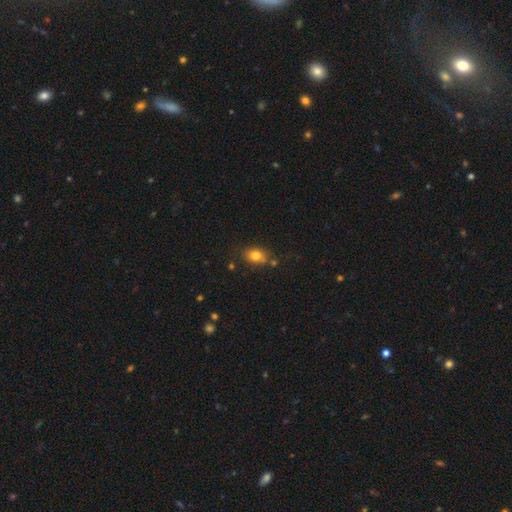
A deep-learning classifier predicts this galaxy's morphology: A smooth galaxy with no disk features (80%) that is in between round and cigar-shaped (62%).

Vote fractions:
- Smooth or featured? smooth: 80% / star or artifact: 11% / featured or disk: 9%
- How rounded? in between: 62% / round: 36% / cigar-shaped: 2%
- Merging? none: 70% / minor disturbance: 16% / merger: 9% / major disturbance: 4%